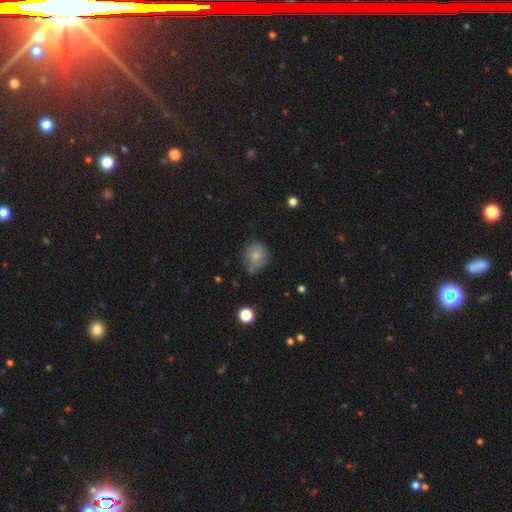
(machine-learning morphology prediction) Smooth or featured: smooth — 76% (featured or disk — 15%)
How rounded: round — 77% (in between — 22%)
Merging: none — 64% (minor disturbance — 25%)